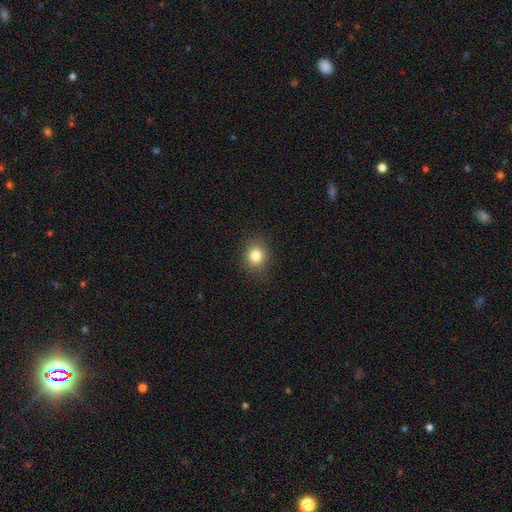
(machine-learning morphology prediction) This appears to be a smooth galaxy with no disk features (82%) that is round (74%). Merging: none (87%).